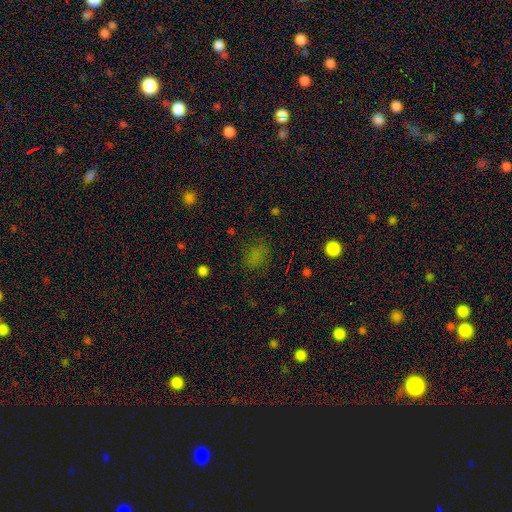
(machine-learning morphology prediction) Smooth or featured? Predicted: smooth (p=0.67). How rounded? Predicted: in between (p=0.52). Merging? Predicted: none (p=0.72).